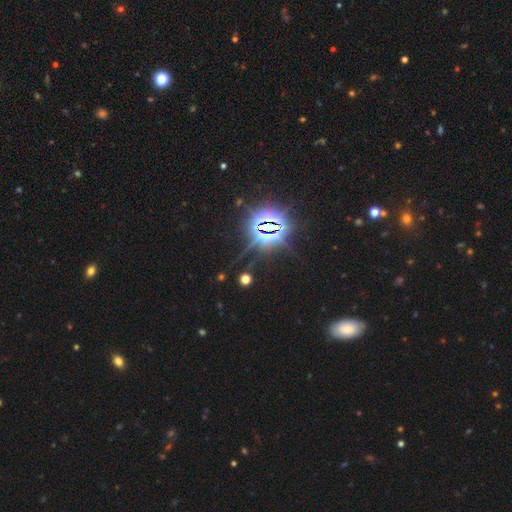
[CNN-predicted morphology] star or artifact 79%, smooth 13%, featured or disk 9%.